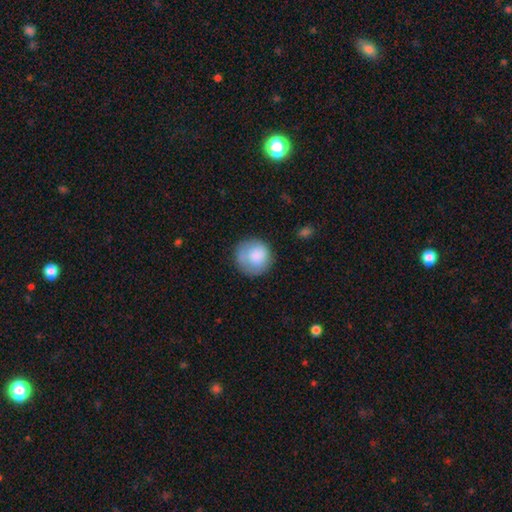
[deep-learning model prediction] This is clearly a smooth galaxy (80%). How rounded: clearly round (90%). Merging: likely none (67%).